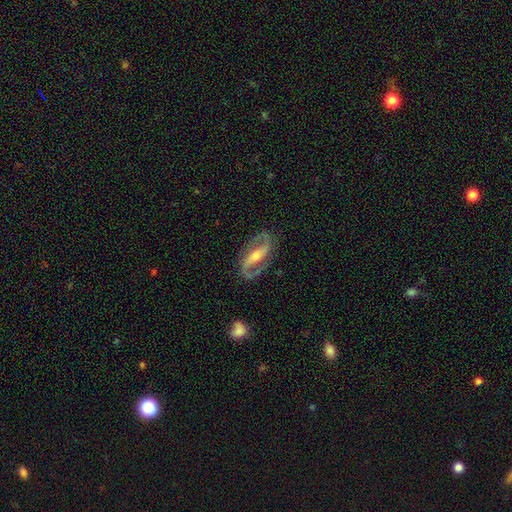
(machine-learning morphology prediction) smooth-or-featured: featured or disk: 88% | smooth: 7% | star or artifact: 5%
  disk-edge-on: no: 94% | yes: 6%
    bar: strong: 55% | weak: 30% | no: 16%
    has-spiral-arms: yes: 95% | no: 5%
      spiral-winding: medium: 52% | tight: 28% | loose: 20%
      spiral-arm-count: 2: 92% | can't tell: 3% | 1: 2% | 3: 1% | 4: 1% | more than 4: 1%
    bulge-size: moderate: 57% | small: 35% | large: 5% | none: 2% | dominant: 1%
  merging: none: 84% | minor disturbance: 11% | major disturbance: 4% | merger: 1%